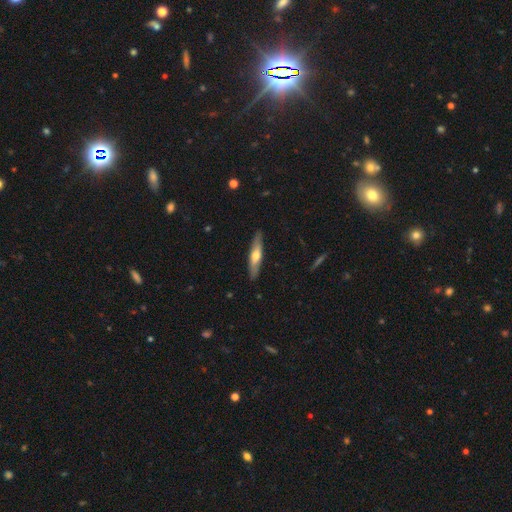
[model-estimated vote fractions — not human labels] Overall: featured or disk (48%; smooth 46%). Merging: none (88%).